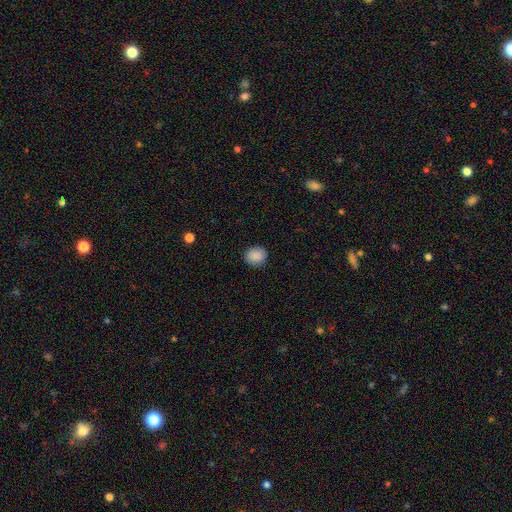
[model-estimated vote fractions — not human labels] Q: Smooth or featured?
A: smooth (89%); runner-up: star or artifact (8%)
Q: How rounded?
A: round (73%); runner-up: in between (26%)
Q: Merging?
A: none (90%); runner-up: minor disturbance (7%)